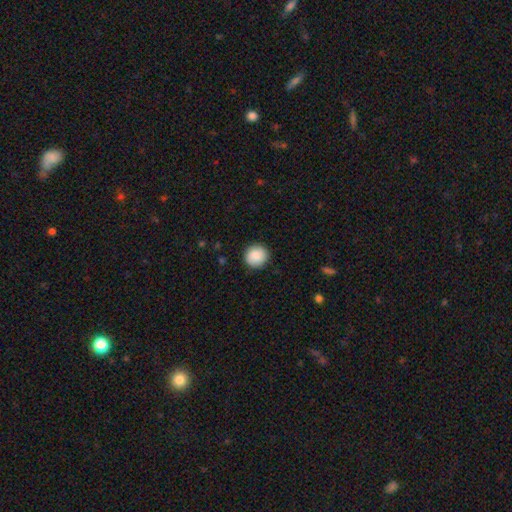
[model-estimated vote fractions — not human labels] Smooth or featured? smooth (88%)
How rounded? round (93%)
Merging? none (90%)